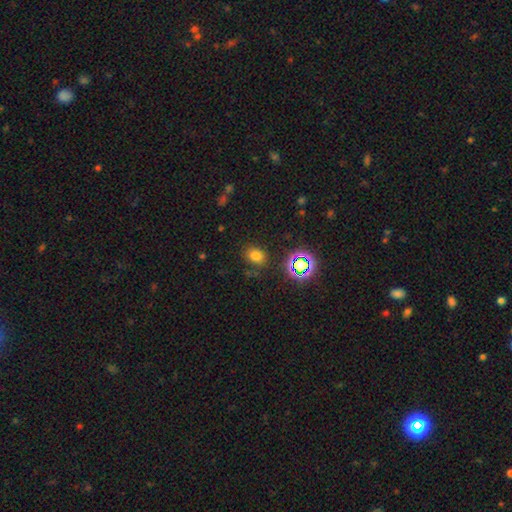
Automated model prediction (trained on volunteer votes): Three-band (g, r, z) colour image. It shows a smooth galaxy with no disk features (70%) that is in between round and cigar-shaped (59%). Merging: none (80%).